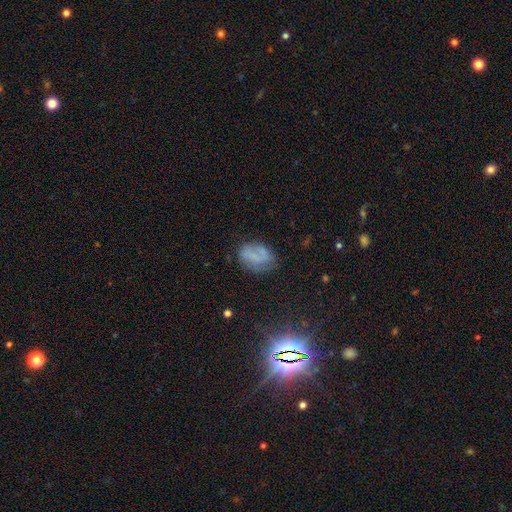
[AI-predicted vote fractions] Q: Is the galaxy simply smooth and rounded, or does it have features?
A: smooth — 50%.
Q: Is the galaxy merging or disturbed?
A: none — 63%.